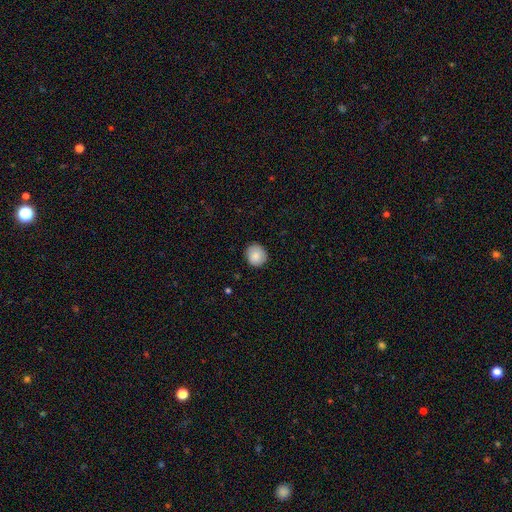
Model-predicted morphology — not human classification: Q: Smooth or featured?
A: smooth (86%); runner-up: star or artifact (7%)
Q: How rounded?
A: round (89%); runner-up: in between (10%)
Q: Merging?
A: none (87%); runner-up: minor disturbance (10%)